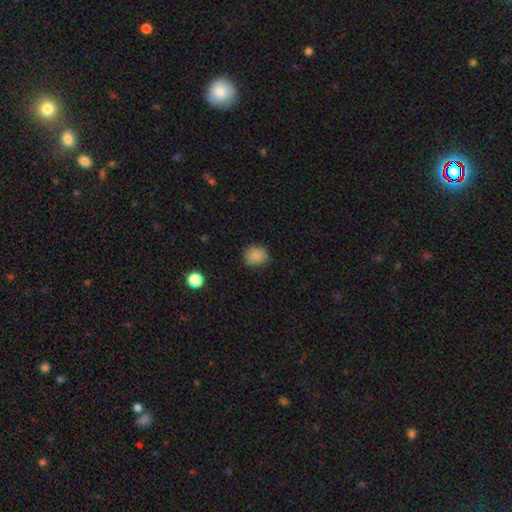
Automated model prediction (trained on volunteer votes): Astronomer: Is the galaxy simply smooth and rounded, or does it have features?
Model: smooth — 86%.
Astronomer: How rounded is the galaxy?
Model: round — 70%.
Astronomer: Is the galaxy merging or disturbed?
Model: none — 84%.